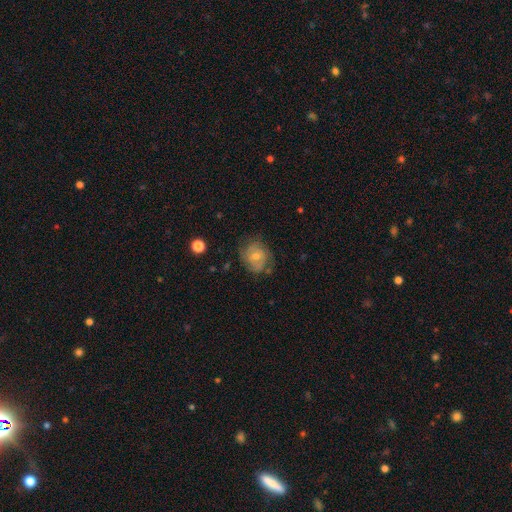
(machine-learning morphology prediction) type=smooth (47%); merging=none (60%).